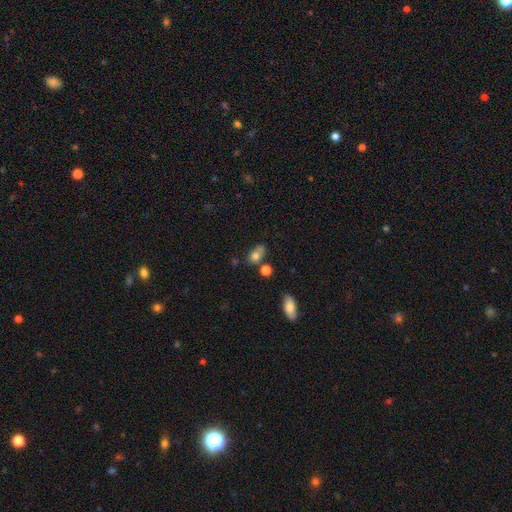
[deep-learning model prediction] smooth 78%, featured or disk 12%, star or artifact 10%. Down the decision tree: how rounded — in between (77%); merging — none (47%).